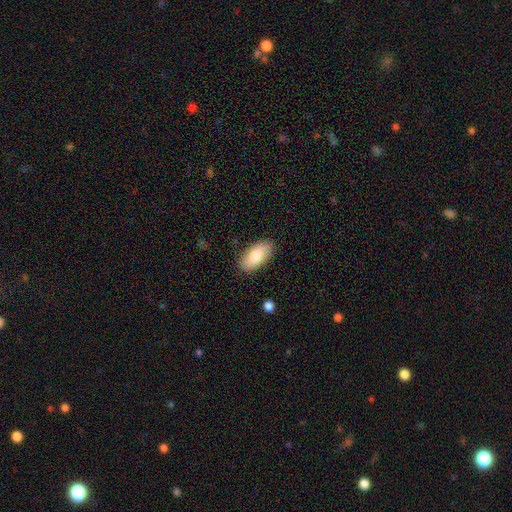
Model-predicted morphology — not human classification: Overall: smooth (82%). How rounded: in between (94%). Merging: none (87%).